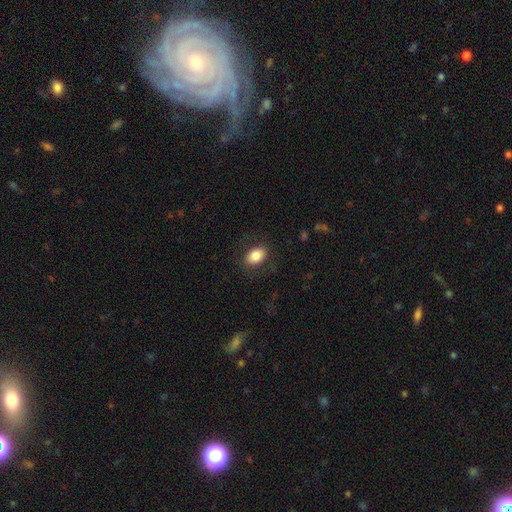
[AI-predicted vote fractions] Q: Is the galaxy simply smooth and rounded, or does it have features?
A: smooth — 83%.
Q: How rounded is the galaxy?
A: in between — 83%.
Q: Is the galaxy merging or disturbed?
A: none — 81%.